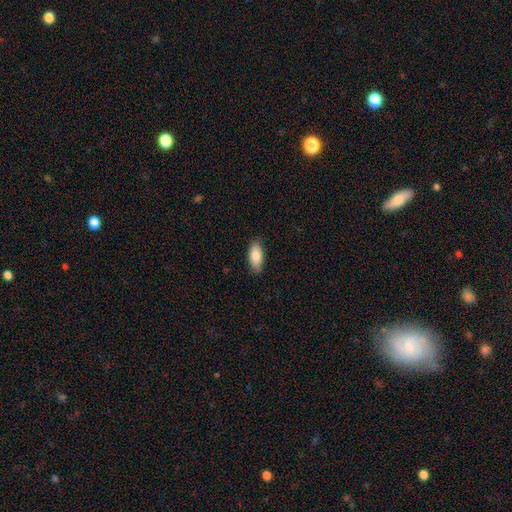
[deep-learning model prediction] Smooth or featured?
  - smooth: 85% *
  - featured or disk: 9%
  - star or artifact: 6%
How rounded?
  - in between: 88% *
  - cigar-shaped: 10%
  - round: 2%
Merging?
  - none: 84% *
  - minor disturbance: 13%
  - major disturbance: 2%
  - merger: 1%